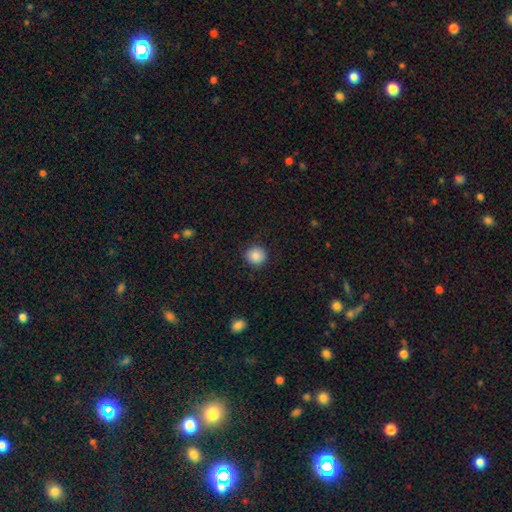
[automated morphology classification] A smooth galaxy with no disk features (87%) that is round (92%). Merging: none (90%).